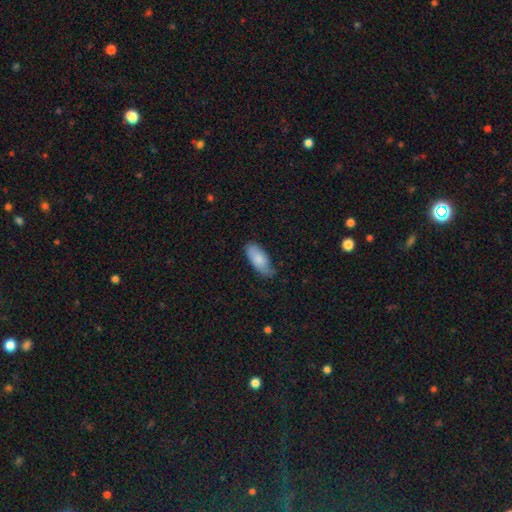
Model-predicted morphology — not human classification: The model was most divided on "merging": none: 64%, minor disturbance: 29%, major disturbance: 6%, merger: 1%. More confident: how rounded — in between (82%); smooth or featured — smooth (79%).